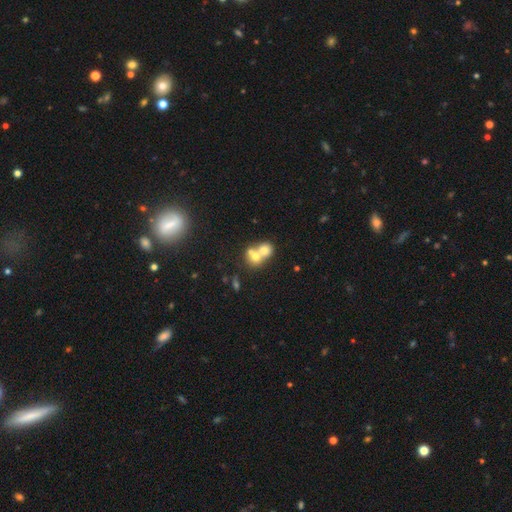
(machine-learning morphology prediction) smooth-or-featured: smooth: 66% | featured or disk: 23% | star or artifact: 11%
  how-rounded: round: 67% | in between: 32% | cigar-shaped: 1%
  merging: merger: 68% | none: 24% | minor disturbance: 5% | major disturbance: 3%